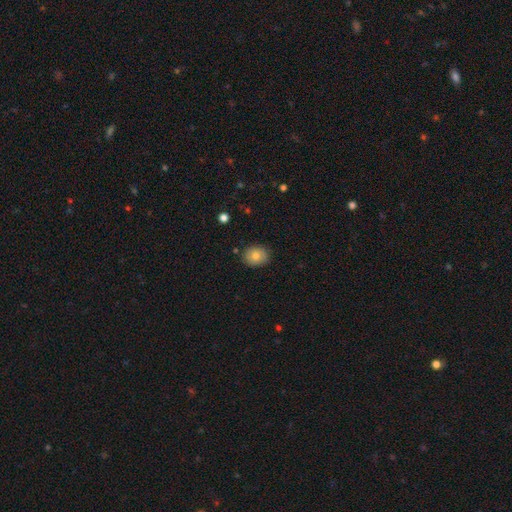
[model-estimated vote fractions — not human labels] Smooth or featured? smooth (76%)
How rounded? round (59%)
Merging? none (85%)